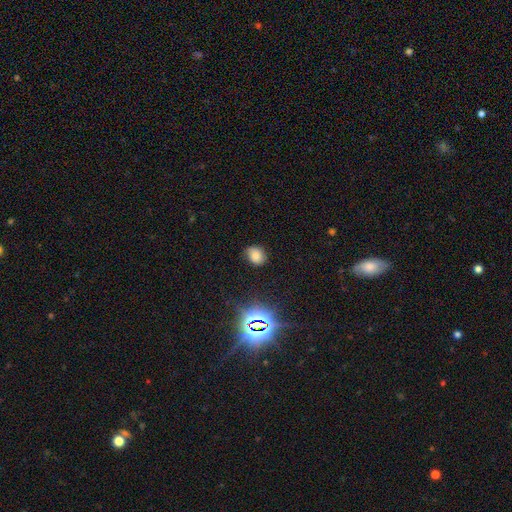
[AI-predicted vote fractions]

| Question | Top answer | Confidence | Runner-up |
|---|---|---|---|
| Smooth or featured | smooth | 72% | star or artifact (18%) |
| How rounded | round | 55% | in between (44%) |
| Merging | none | 76% | minor disturbance (19%) |